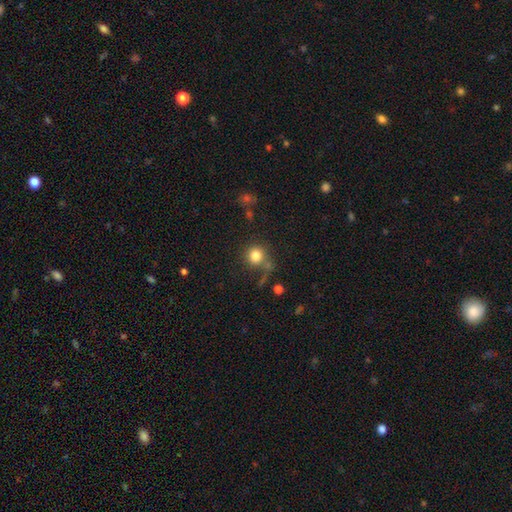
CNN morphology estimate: smooth-or-featured: smooth: 81% | star or artifact: 12% | featured or disk: 7%
  how-rounded: round: 91% | in between: 8% | cigar-shaped: 1%
  merging: none: 70% | minor disturbance: 12% | merger: 12% | major disturbance: 6%